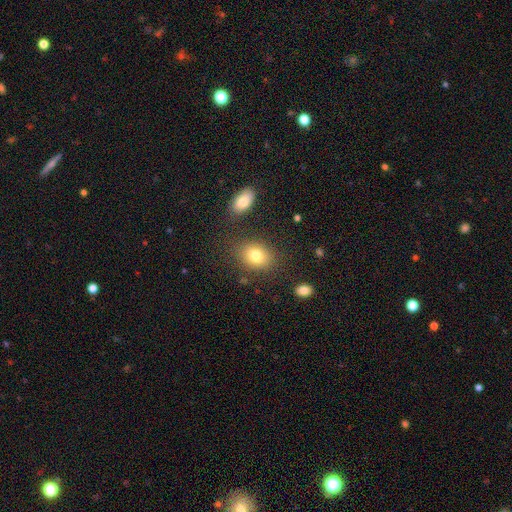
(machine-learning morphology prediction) Smooth or featured: smooth — 80% (star or artifact — 10%)
How rounded: in between — 61% (round — 38%)
Merging: none — 80% (minor disturbance — 11%)